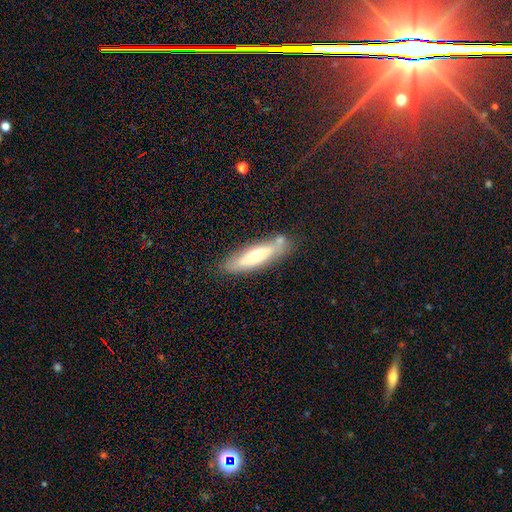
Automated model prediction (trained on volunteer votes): Smooth or featured?
  - smooth: 49% *
  - featured or disk: 44%
  - star or artifact: 7%
Merging?
  - none: 74% *
  - minor disturbance: 15%
  - merger: 8%
  - major disturbance: 3%